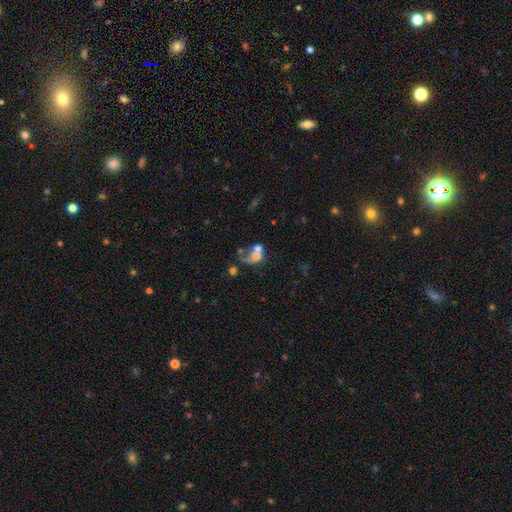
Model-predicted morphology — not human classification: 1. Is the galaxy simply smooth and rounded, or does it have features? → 50% smooth, 37% featured or disk, 13% star or artifact.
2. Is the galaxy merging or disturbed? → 54% merger, 21% major disturbance, 16% none, 9% minor disturbance.